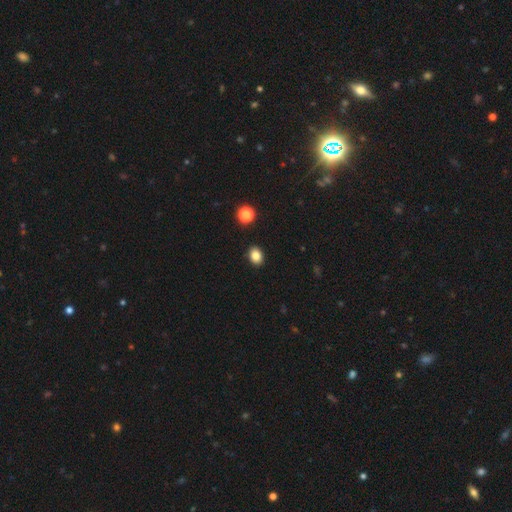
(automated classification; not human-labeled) Overall: smooth (84%). How rounded: in between (63%; round 36%). Merging: none (90%).